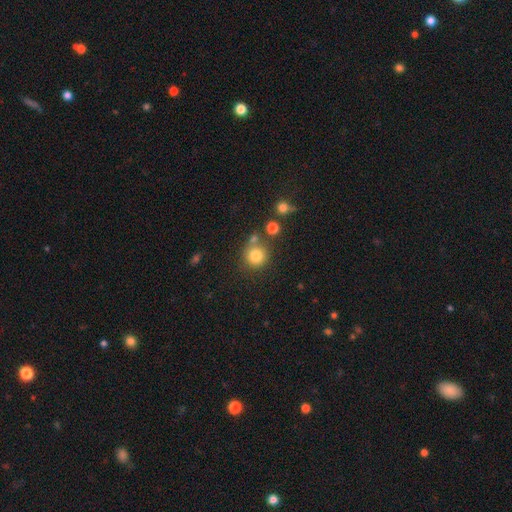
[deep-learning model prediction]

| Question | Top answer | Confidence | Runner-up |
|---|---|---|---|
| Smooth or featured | smooth | 80% | star or artifact (12%) |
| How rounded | round | 91% | in between (8%) |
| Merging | none | 69% | merger (16%) |